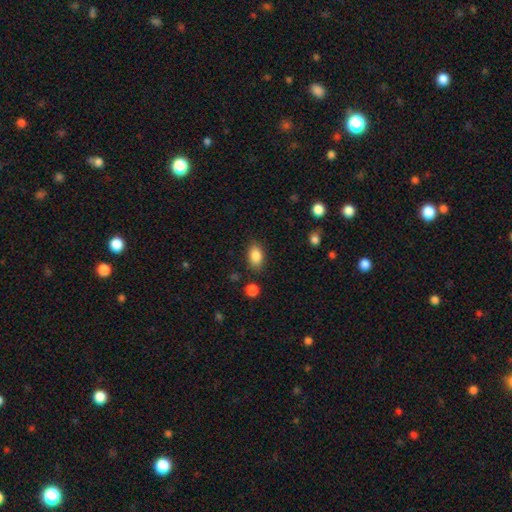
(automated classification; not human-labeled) Overall: smooth (86%). How rounded: in between (87%). Merging: none (83%).